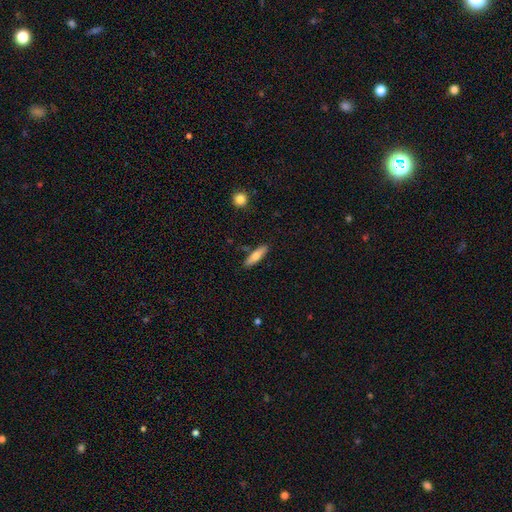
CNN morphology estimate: The model was most divided on "how rounded": cigar-shaped: 62%, in between: 36%, round: 2%. More confident: merging — none (85%); smooth or featured — smooth (72%).